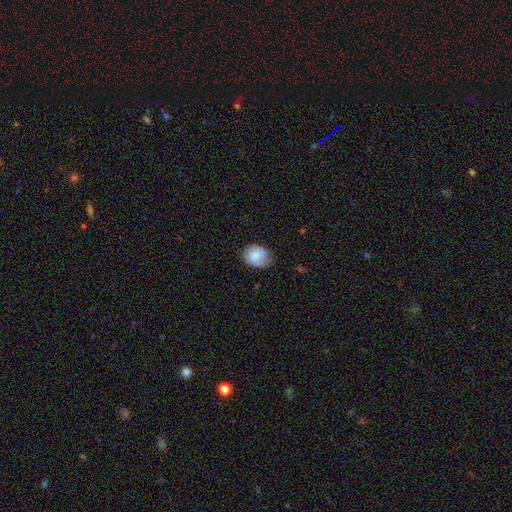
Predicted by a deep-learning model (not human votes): Q: Smooth or featured?
A: smooth (72%); runner-up: featured or disk (21%)
Q: How rounded?
A: round (50%); runner-up: in between (49%)
Q: Merging?
A: none (65%); runner-up: minor disturbance (28%)